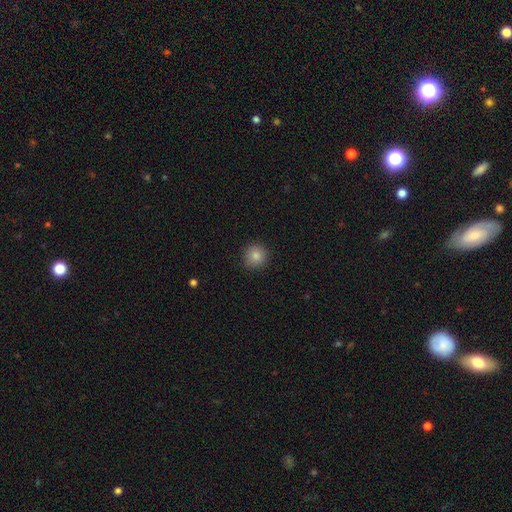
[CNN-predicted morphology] Smooth or featured: smooth — 83% (star or artifact — 11%)
How rounded: round — 93% (in between — 6%)
Merging: none — 89% (minor disturbance — 8%)